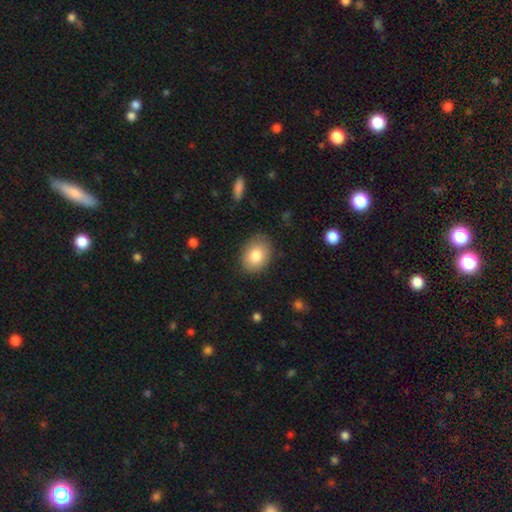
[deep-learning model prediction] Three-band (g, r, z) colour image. It shows a smooth galaxy with no disk features (81%) that is in between round and cigar-shaped (66%). Merging: none (84%).